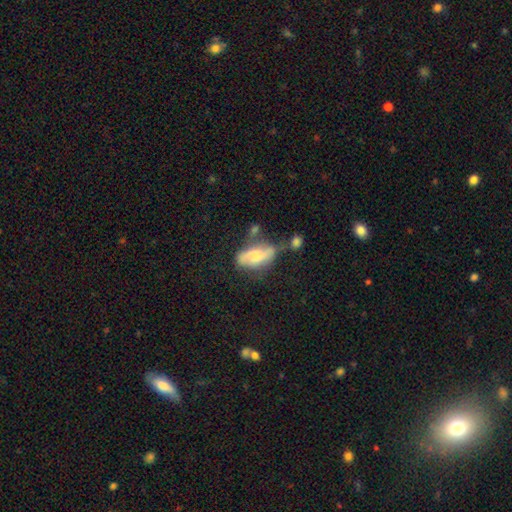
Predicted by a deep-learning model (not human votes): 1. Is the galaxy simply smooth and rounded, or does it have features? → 48% smooth, 44% featured or disk, 8% star or artifact.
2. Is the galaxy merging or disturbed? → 33% none, 26% minor disturbance, 21% merger, 20% major disturbance.